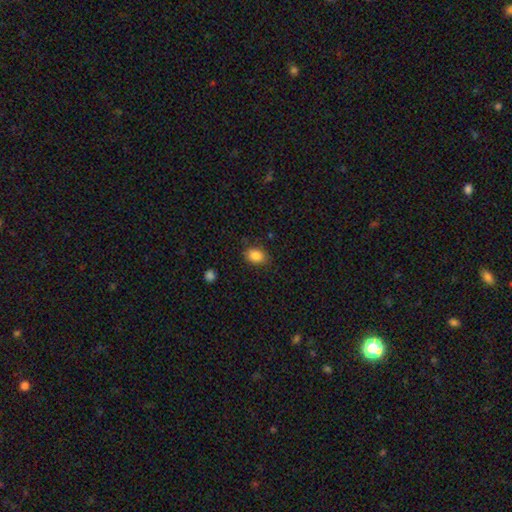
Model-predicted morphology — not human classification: The model was most divided on "how rounded": in between: 72%, round: 26%, cigar-shaped: 1%. More confident: smooth or featured — smooth (86%); merging — none (81%).